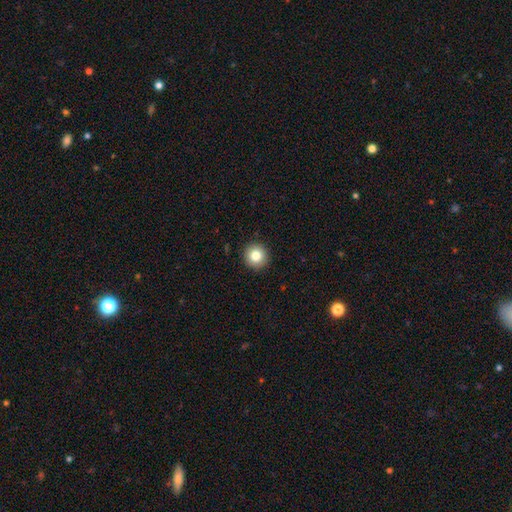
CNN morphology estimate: Smooth or featured? Predicted: smooth (p=0.82). How rounded? Predicted: round (p=0.95). Merging? Predicted: none (p=0.93).